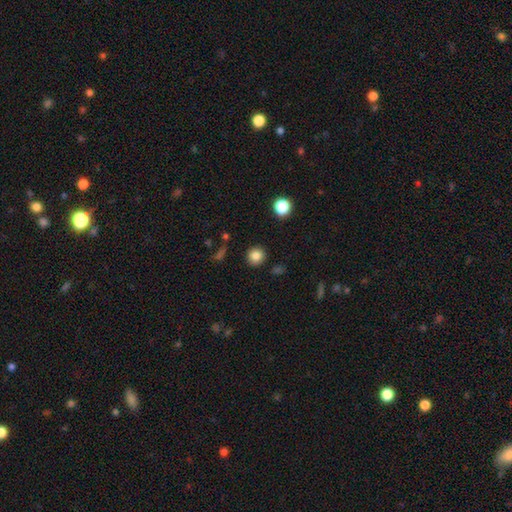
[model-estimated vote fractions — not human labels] Smooth or featured? Predicted: smooth (p=0.84). How rounded? Predicted: round (p=0.90). Merging? Predicted: none (p=0.90).